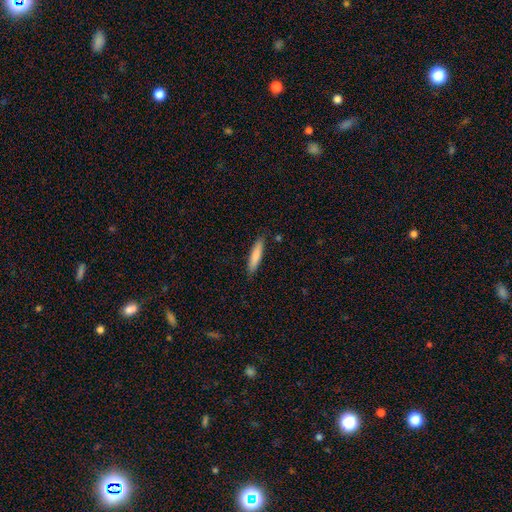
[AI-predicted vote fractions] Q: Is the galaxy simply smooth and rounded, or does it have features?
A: smooth — 80%.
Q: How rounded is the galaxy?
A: cigar-shaped — 84%.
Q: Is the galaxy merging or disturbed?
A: none — 88%.